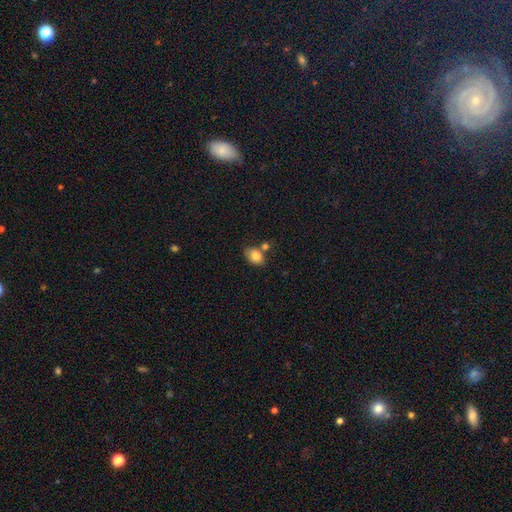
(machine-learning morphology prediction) Overall: smooth (82%). How rounded: in between (71%). Merging: none (53%; merger 23%).